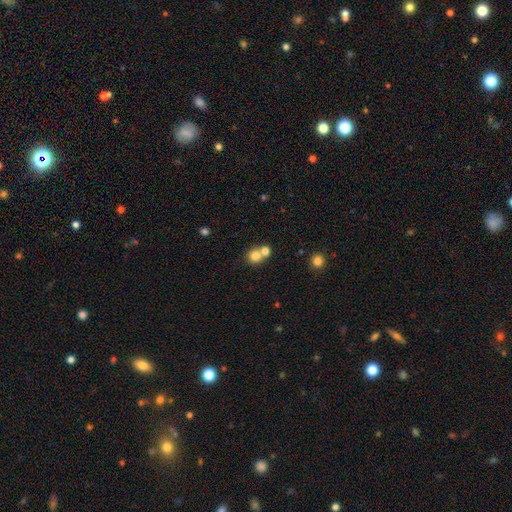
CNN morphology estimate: This is likely a smooth galaxy (77%). How rounded: clearly round (85%). Merging: possibly none (48%).